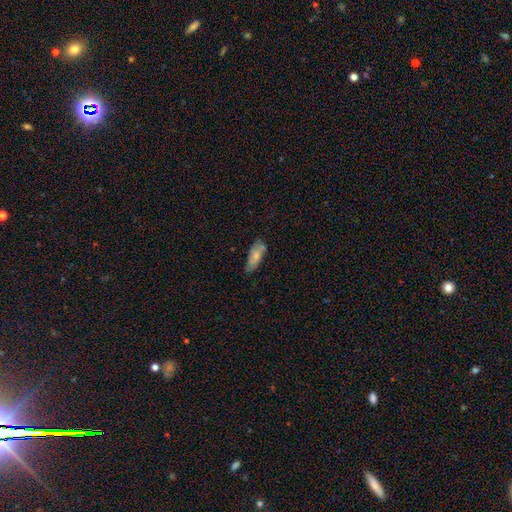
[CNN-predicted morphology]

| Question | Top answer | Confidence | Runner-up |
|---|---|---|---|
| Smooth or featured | smooth | 72% | featured or disk (22%) |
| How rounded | in between | 76% | cigar-shaped (21%) |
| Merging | none | 61% | minor disturbance (28%) |